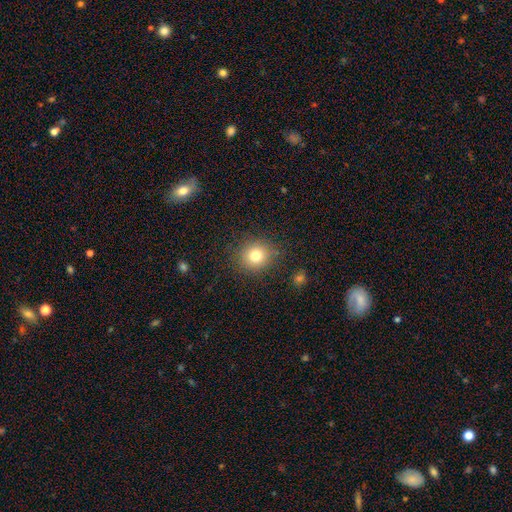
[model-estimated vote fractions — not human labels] Overall: smooth (78%). How rounded: round (88%). Merging: none (87%).